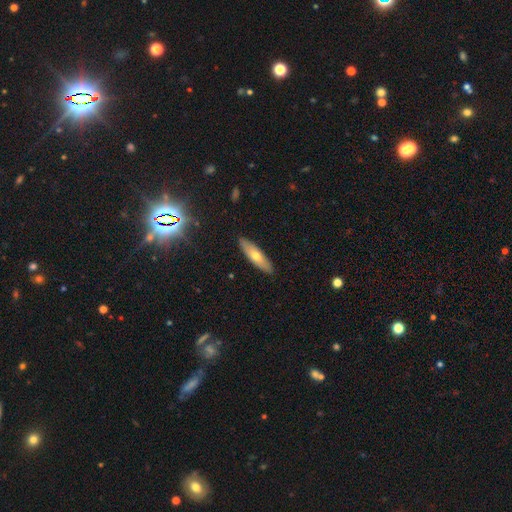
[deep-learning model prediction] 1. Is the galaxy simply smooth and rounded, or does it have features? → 60% smooth, 34% featured or disk, 6% star or artifact.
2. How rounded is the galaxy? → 60% cigar-shaped, 38% in between, 2% round.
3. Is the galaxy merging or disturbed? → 90% none, 8% minor disturbance, 2% major disturbance, 1% merger.